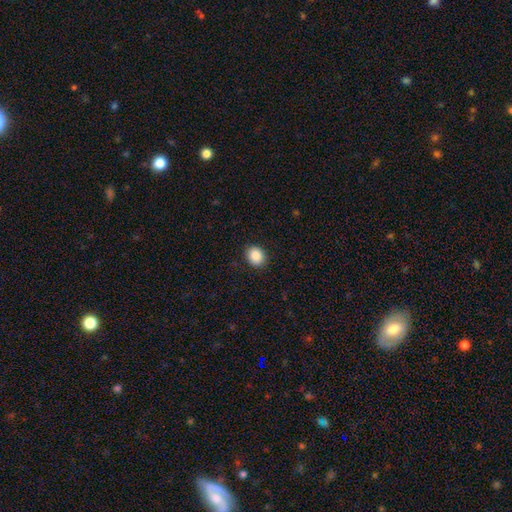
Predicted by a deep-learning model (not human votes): smooth 87%, star or artifact 9%, featured or disk 4%. Down the decision tree: how rounded — round (68%); merging — none (90%).